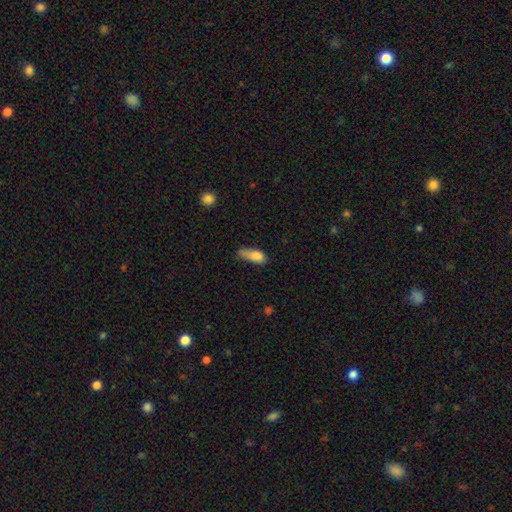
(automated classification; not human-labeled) Smooth or featured? Predicted: smooth (p=0.80). How rounded? Predicted: in between (p=0.64). Merging? Predicted: minor disturbance (p=0.40).